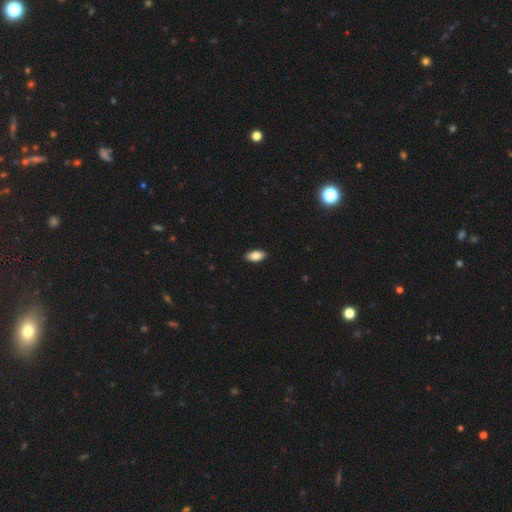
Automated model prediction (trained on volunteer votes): A smooth galaxy with no disk features (85%) that is in between round and cigar-shaped (91%).

Vote fractions:
- Smooth or featured? smooth: 85% / featured or disk: 9% / star or artifact: 7%
- How rounded? in between: 91% / cigar-shaped: 6% / round: 3%
- Merging? none: 90% / minor disturbance: 7% / major disturbance: 1% / merger: 1%